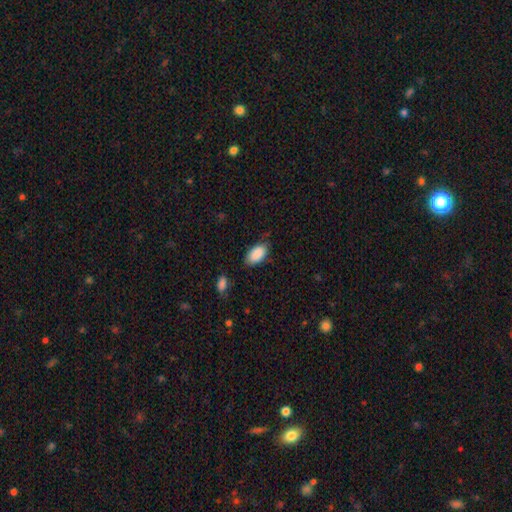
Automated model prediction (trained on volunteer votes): Smooth or featured: smooth — 89% (star or artifact — 6%)
How rounded: in between — 95% (round — 3%)
Merging: none — 76% (minor disturbance — 18%)